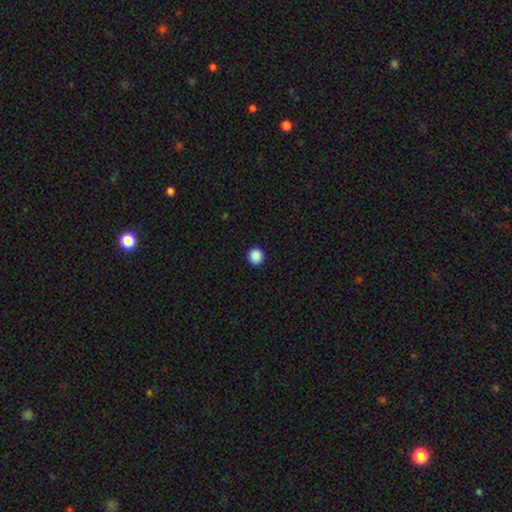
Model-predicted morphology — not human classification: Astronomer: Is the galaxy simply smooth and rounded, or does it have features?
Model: smooth — 89%.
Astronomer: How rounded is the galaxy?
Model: round — 93%.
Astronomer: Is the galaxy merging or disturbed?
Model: none — 93%.